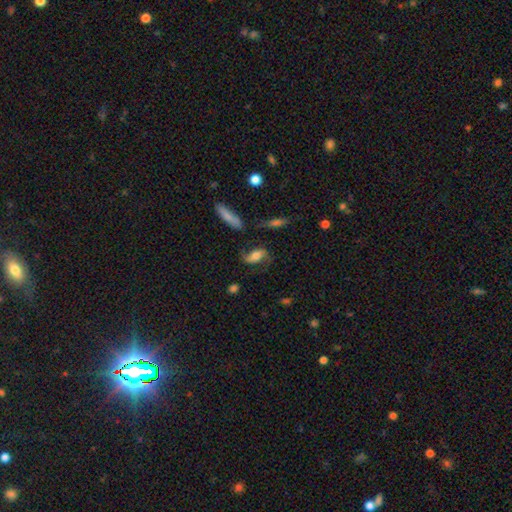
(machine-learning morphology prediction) Q: Smooth or featured?
A: featured or disk (59%); runner-up: smooth (33%)
Q: Edge-on disk?
A: no (90%); runner-up: yes (10%)
Q: Bar?
A: no (49%); runner-up: weak (32%)
Q: Spiral arms?
A: yes (88%); runner-up: no (12%)
Q: Bulge size?
A: moderate (50%); runner-up: large (21%)
Q: Merging?
A: none (66%); runner-up: minor disturbance (19%)